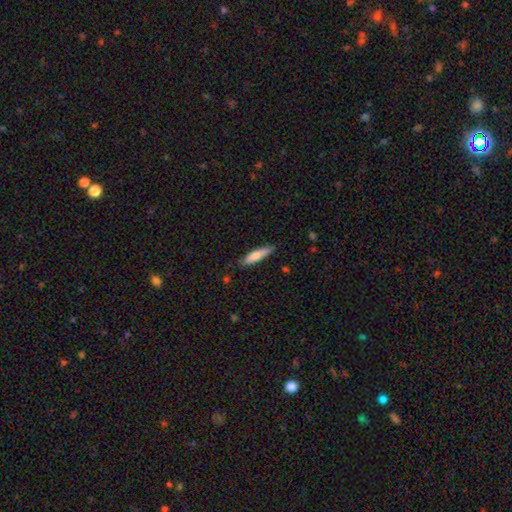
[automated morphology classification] The model was most divided on "how rounded": cigar-shaped: 77%, in between: 22%, round: 1%. More confident: merging — none (85%); smooth or featured — smooth (76%).